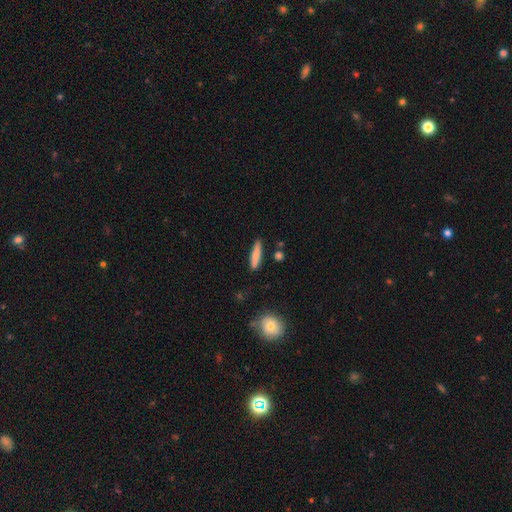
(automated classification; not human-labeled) Overall: smooth (74%). How rounded: cigar-shaped (84%). Merging: none (84%).